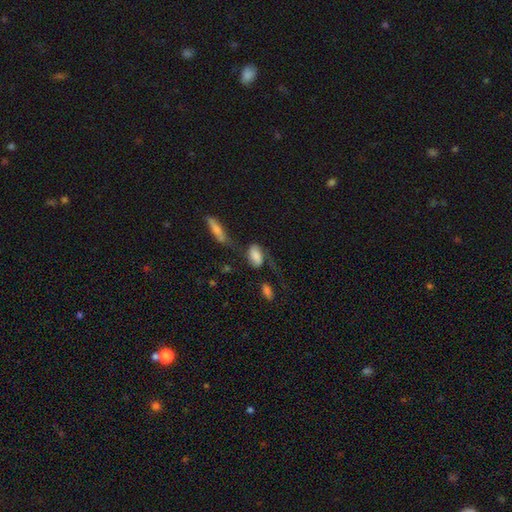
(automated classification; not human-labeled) Q: Smooth or featured?
A: smooth (55%); runner-up: featured or disk (35%)
Q: How rounded?
A: in between (89%); runner-up: cigar-shaped (5%)
Q: Merging?
A: none (42%); runner-up: major disturbance (24%)